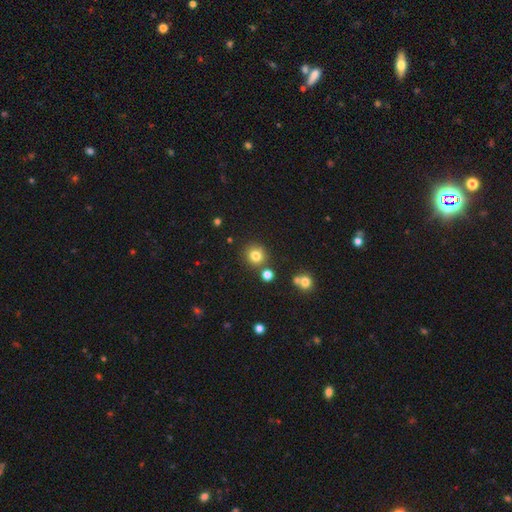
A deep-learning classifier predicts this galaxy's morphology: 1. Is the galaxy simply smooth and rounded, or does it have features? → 79% smooth, 14% star or artifact, 7% featured or disk.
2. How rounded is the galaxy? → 90% round, 10% in between, 1% cigar-shaped.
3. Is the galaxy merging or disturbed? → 80% none, 9% merger, 9% minor disturbance, 3% major disturbance.